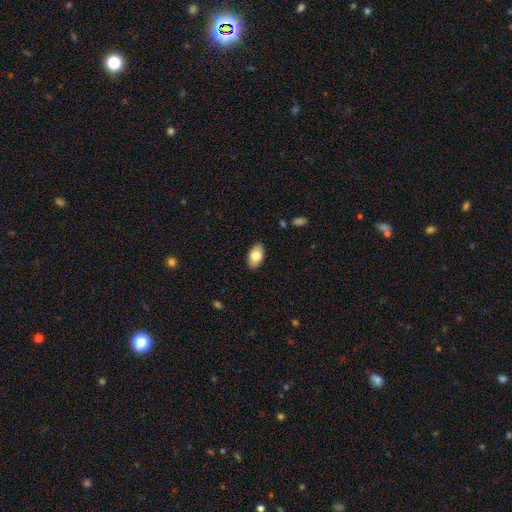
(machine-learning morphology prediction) This is likely a smooth galaxy (79%). How rounded: clearly in between (93%). Merging: clearly none (88%).